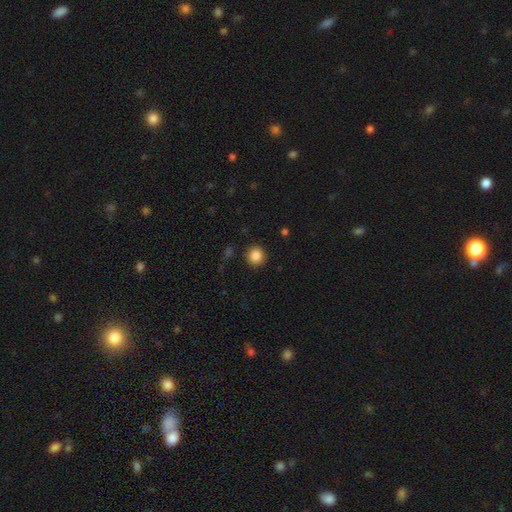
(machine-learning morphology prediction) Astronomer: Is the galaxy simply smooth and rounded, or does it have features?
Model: smooth — 86%.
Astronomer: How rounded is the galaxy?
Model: round — 92%.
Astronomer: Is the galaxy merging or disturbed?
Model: none — 90%.